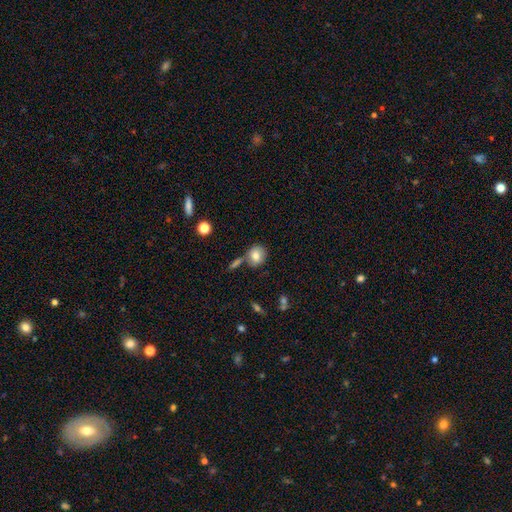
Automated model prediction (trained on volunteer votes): Smooth or featured?
  - smooth: 78% *
  - featured or disk: 13%
  - star or artifact: 9%
How rounded?
  - round: 74% *
  - in between: 25%
  - cigar-shaped: 1%
Merging?
  - none: 66% *
  - merger: 16%
  - minor disturbance: 13%
  - major disturbance: 4%